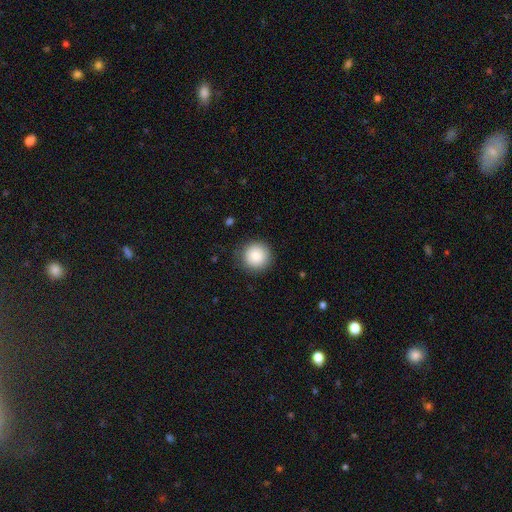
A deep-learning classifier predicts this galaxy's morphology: Smooth or featured: smooth — 87% (star or artifact — 8%)
How rounded: round — 95% (in between — 4%)
Merging: none — 88% (minor disturbance — 9%)